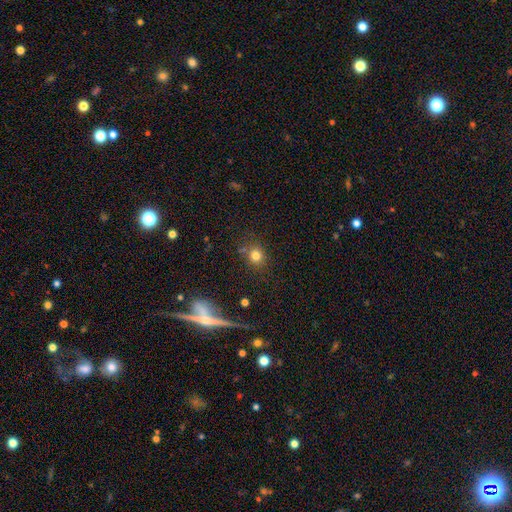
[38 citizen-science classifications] Smooth or featured? 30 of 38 (79%) said smooth. How rounded? 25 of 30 (83%) said round. Merging? 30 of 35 (86%) said none.